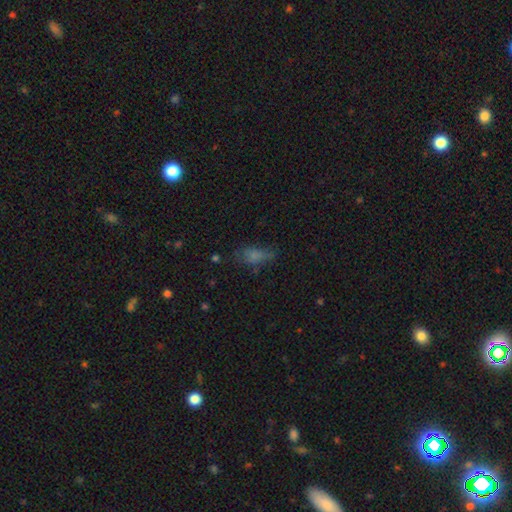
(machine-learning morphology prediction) Smooth or featured: smooth — 62% (star or artifact — 20%)
How rounded: in between — 67% (cigar-shaped — 26%)
Merging: none — 58% (minor disturbance — 25%)